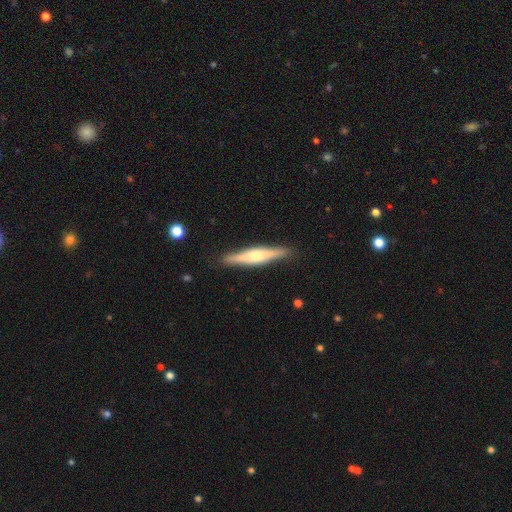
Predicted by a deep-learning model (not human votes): Overall: featured or disk (63%; smooth 31%). Edge-on disk: yes (96%). Edge-on bulge: rounded (84%). Merging: none (89%).